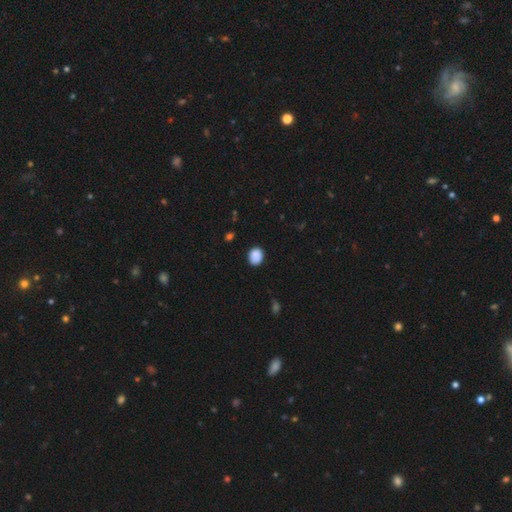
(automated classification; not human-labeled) This appears to be a smooth galaxy with no disk features (88%) that is round (52%). Merging: none (84%).